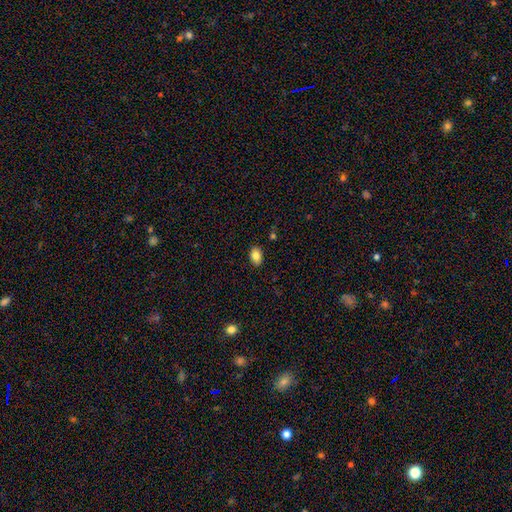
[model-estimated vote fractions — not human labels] Morphology: type=smooth (83%); roundness=in between (86%); merging=none (88%).